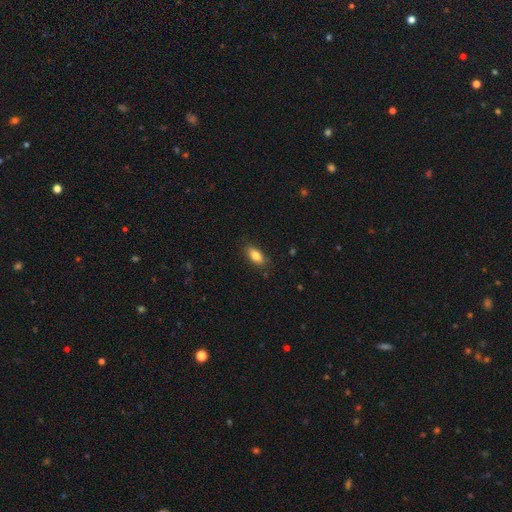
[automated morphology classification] Smooth or featured? smooth (84%)
How rounded? in between (86%)
Merging? none (83%)